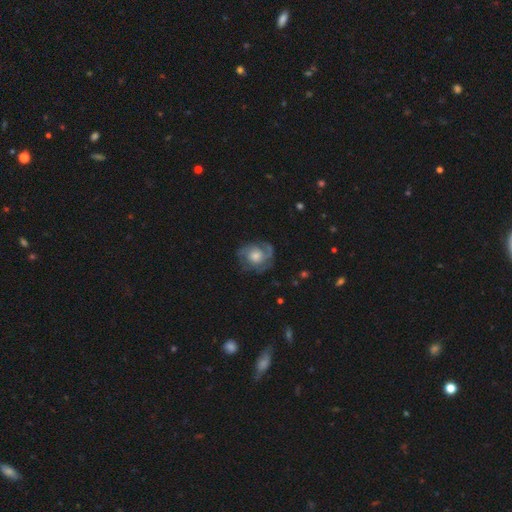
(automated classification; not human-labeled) smooth-or-featured: featured or disk: 77% | smooth: 16% | star or artifact: 7%
  disk-edge-on: no: 98% | yes: 2%
    bar: no: 76% | weak: 21% | strong: 3%
    has-spiral-arms: yes: 94% | no: 6%
      spiral-winding: tight: 49% | medium: 40% | loose: 11%
      spiral-arm-count: 2: 36% | 3: 29% | can't tell: 19% | 1: 6% | 4: 6% | more than 4: 4%
    bulge-size: moderate: 54% | large: 23% | small: 17% | none: 4% | dominant: 2%
  merging: none: 73% | minor disturbance: 17% | major disturbance: 9% | merger: 1%